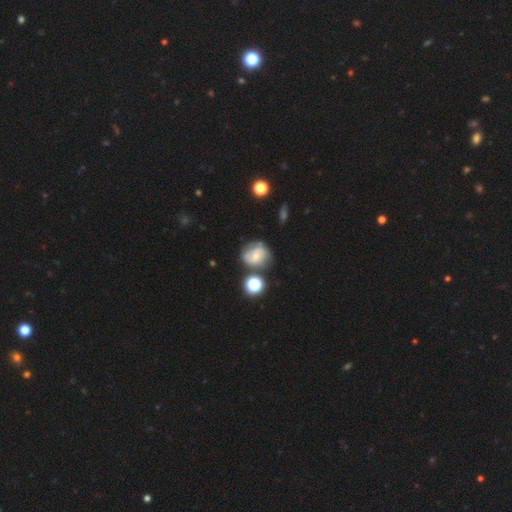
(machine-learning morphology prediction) smooth_or_featured: featured or disk (p=0.49) [alt: smooth p=0.40]
merging: none (p=0.55) [alt: minor disturbance p=0.24]